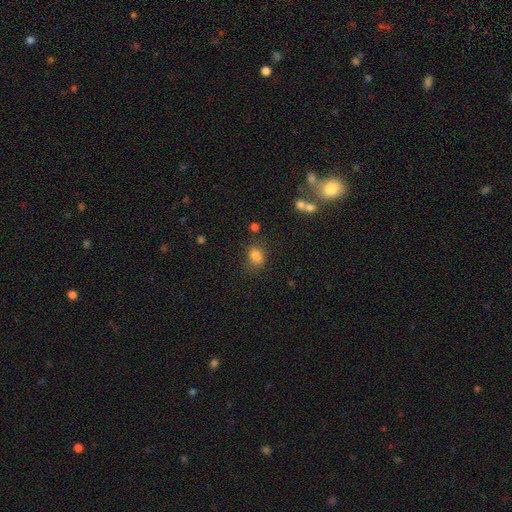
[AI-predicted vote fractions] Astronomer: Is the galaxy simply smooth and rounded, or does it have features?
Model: smooth — 82%.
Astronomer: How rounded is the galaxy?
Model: in between — 68%.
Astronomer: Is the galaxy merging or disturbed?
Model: none — 70%.